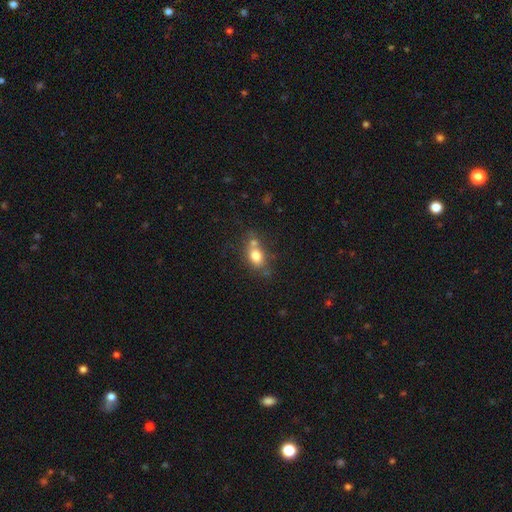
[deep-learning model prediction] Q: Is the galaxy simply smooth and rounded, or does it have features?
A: smooth — 76%.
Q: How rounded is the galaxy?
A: in between — 69%.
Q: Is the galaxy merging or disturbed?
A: none — 47%.